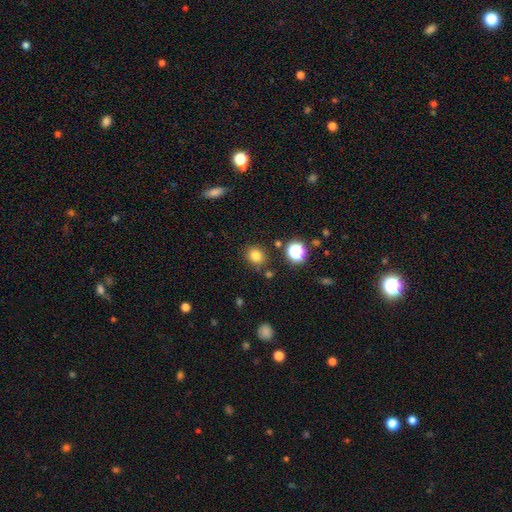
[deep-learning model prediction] Morphology: type=smooth (79%); roundness=round (70%); merging=none (82%).